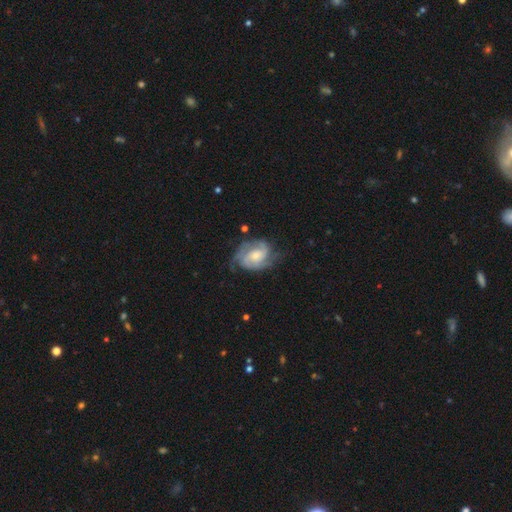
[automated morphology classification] Smooth or featured?
  - featured or disk: 81% *
  - smooth: 13%
  - star or artifact: 5%
Edge-on disk?
  - no: 97% *
  - yes: 3%
Bar?
  - no: 63% *
  - weak: 31%
  - strong: 6%
Spiral arms?
  - yes: 94% *
  - no: 6%
Spiral winding?
  - tight: 47% *
  - medium: 40%
  - loose: 12%
Spiral arm count?
  - 2: 44% *
  - 3: 22%
  - can't tell: 21%
  - 4: 6%
  - 1: 4%
  - more than 4: 4%
Bulge size?
  - small: 51% *
  - moderate: 41%
  - large: 4%
  - none: 3%
  - dominant: 1%
Merging?
  - none: 63% *
  - minor disturbance: 23%
  - major disturbance: 12%
  - merger: 2%